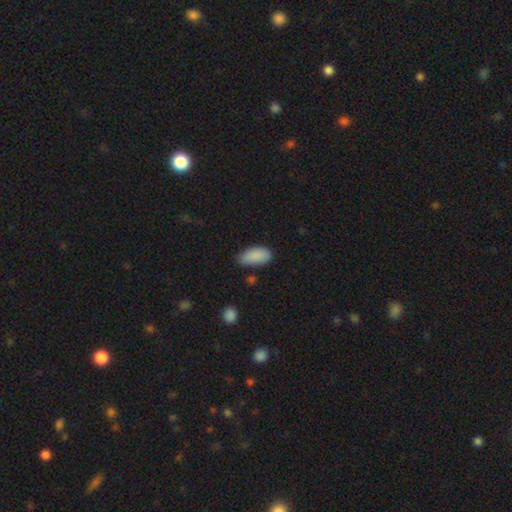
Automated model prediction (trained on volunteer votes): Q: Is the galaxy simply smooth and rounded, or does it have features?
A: smooth — 88%.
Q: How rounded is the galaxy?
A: in between — 93%.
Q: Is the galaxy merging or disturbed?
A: none — 66%.